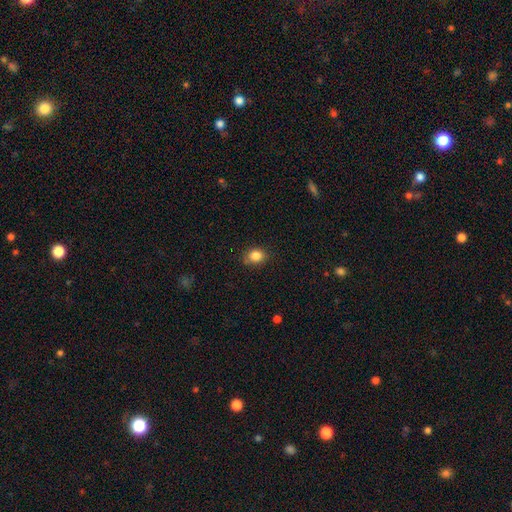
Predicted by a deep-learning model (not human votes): Smooth or featured? Predicted: smooth (p=0.85). How rounded? Predicted: round (p=0.56). Merging? Predicted: none (p=0.77).